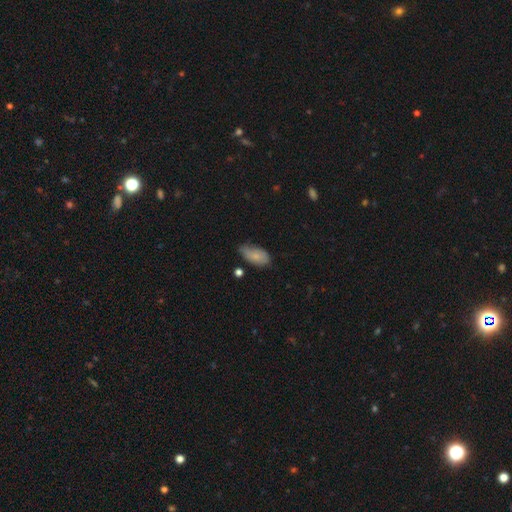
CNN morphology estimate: A smooth galaxy with no disk features (80%) that is in between round and cigar-shaped (93%).

Vote fractions:
- Smooth or featured? smooth: 80% / featured or disk: 13% / star or artifact: 7%
- How rounded? in between: 93% / cigar-shaped: 4% / round: 3%
- Merging? none: 53% / minor disturbance: 37% / major disturbance: 7% / merger: 3%